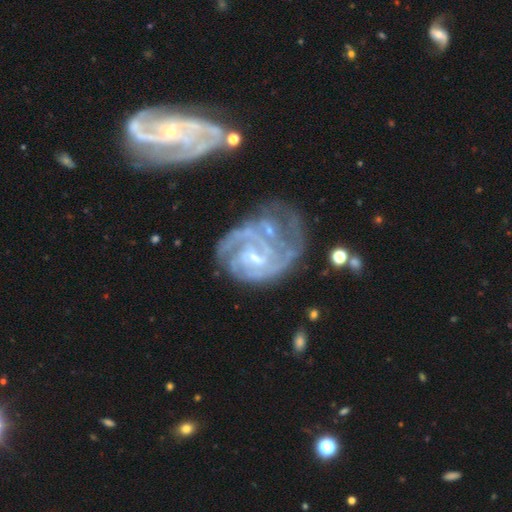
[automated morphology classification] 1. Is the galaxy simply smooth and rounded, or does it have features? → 88% featured or disk, 6% smooth, 6% star or artifact.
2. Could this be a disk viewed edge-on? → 98% no, 2% yes.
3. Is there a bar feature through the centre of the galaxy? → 52% weak, 31% no, 17% strong.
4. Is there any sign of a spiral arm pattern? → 94% yes, 6% no.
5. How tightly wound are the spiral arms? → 58% tight, 34% medium, 8% loose.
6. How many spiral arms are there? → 30% can't tell, 26% 2, 24% 3, 10% 4, 6% 1, 5% more than 4.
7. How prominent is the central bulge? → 56% small, 26% moderate, 14% none, 2% large, 1% dominant.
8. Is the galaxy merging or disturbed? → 40% none, 24% major disturbance, 23% minor disturbance, 12% merger.